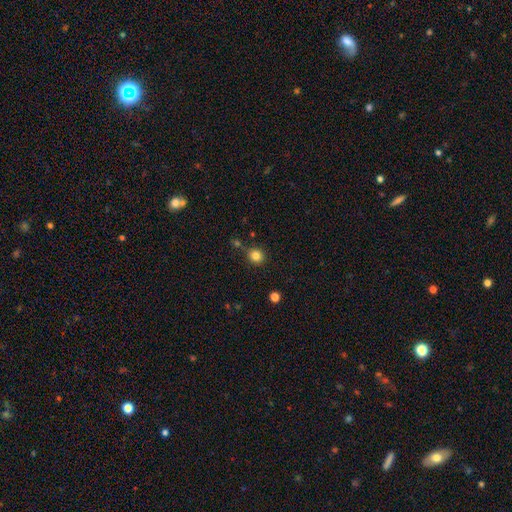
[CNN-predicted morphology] A smooth galaxy with no disk features (83%) that is round (88%).

Vote fractions:
- Smooth or featured? smooth: 83% / star or artifact: 12% / featured or disk: 5%
- How rounded? round: 88% / in between: 11% / cigar-shaped: 1%
- Merging? none: 78% / minor disturbance: 11% / merger: 8% / major disturbance: 3%